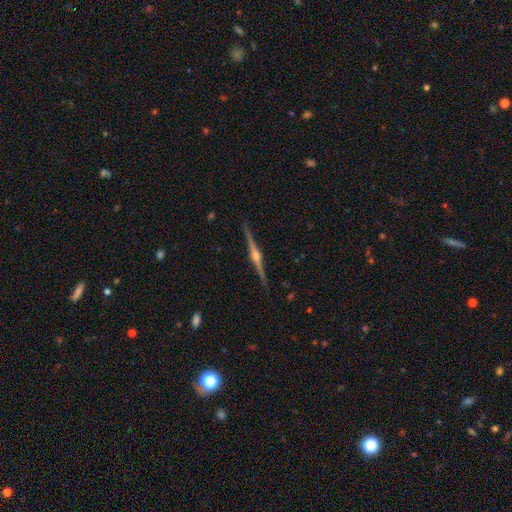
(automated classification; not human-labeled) This appears to be a featured or disk galaxy (89%) viewed edge-on (99%) with a rounded central bulge (94%). Merging: none (92%).